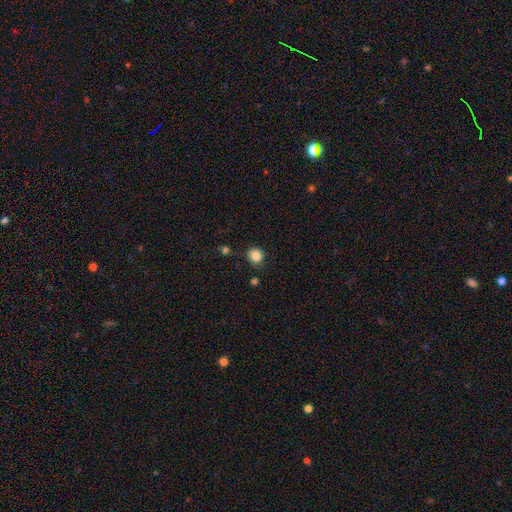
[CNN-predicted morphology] This appears to be a smooth galaxy with no disk features (85%) that is round (90%). Merging: none (80%).